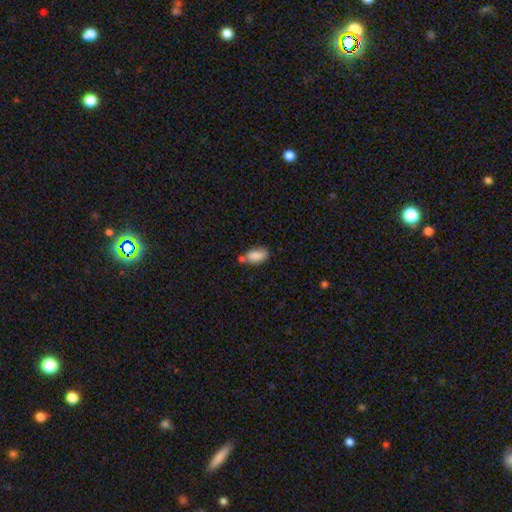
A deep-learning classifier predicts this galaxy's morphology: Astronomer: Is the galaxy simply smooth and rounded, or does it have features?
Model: smooth — 84%.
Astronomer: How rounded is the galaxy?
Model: in between — 90%.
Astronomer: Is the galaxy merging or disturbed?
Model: none — 46% (runner-up: merger, 27%).